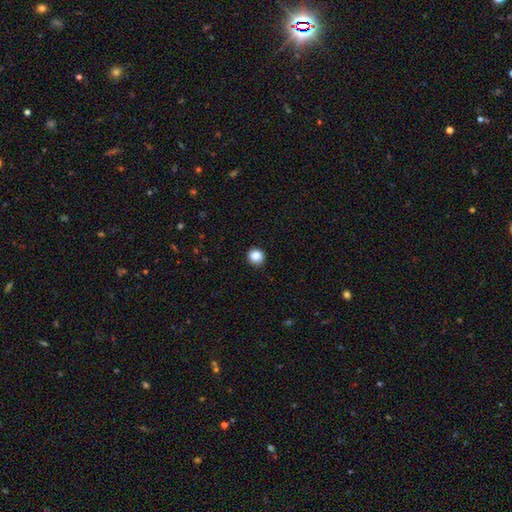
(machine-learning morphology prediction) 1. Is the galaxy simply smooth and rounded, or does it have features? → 86% smooth, 11% star or artifact, 3% featured or disk.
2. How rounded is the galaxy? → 86% round, 13% in between, 1% cigar-shaped.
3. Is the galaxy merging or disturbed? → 88% none, 9% minor disturbance, 2% major disturbance, 1% merger.